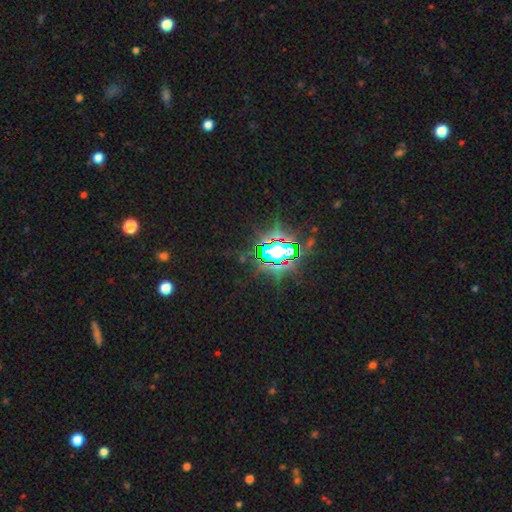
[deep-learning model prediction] Smooth or featured: star or artifact — 82% (smooth — 10%)